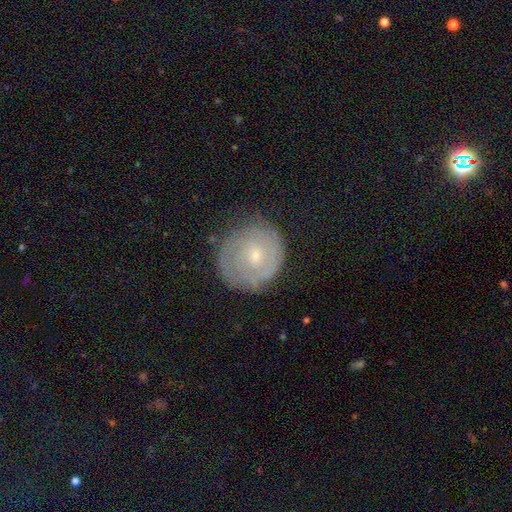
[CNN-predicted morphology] featured or disk 69%, smooth 24%, star or artifact 7%. Down the decision tree: edge-on disk — no (97%); bar — no (70%); spiral arms — yes (86%); spiral arm count — can't tell (43%); spiral winding — tight (76%); bulge size — small (73%); merging — none (78%).